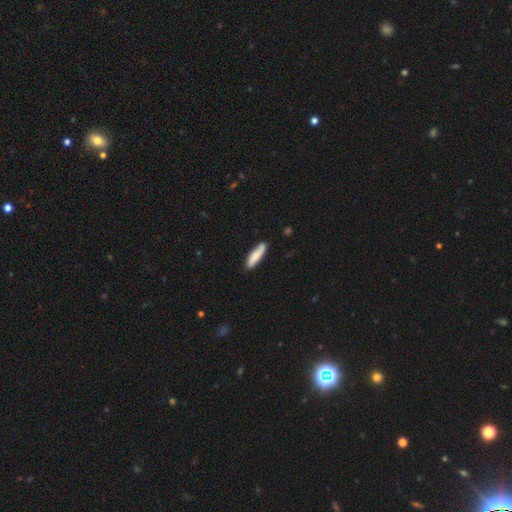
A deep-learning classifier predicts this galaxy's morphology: Overall: smooth (81%). How rounded: cigar-shaped (73%). Merging: none (81%).